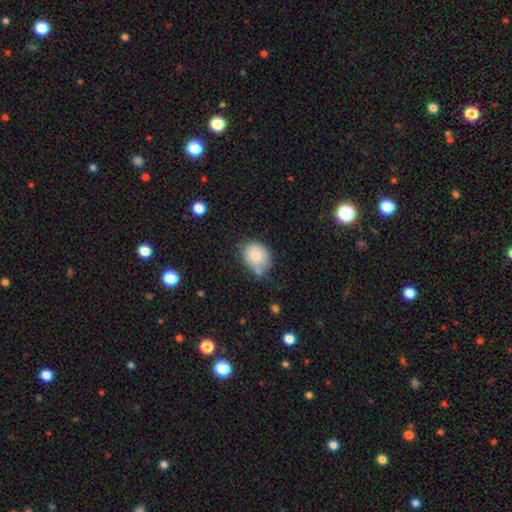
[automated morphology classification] This appears to be a smooth galaxy with no disk features (79%) that is round (53%). Merging: none (50%).